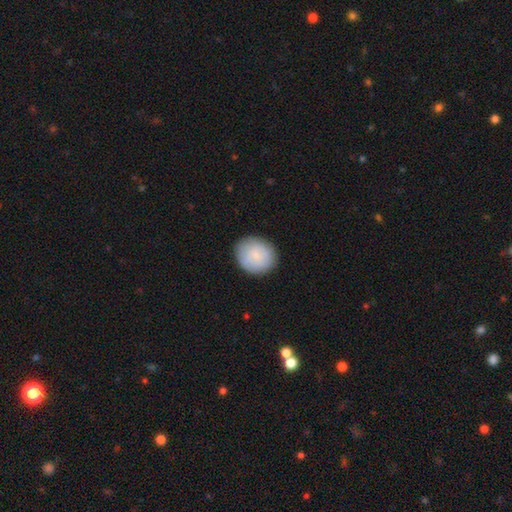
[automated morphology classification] This appears to be a smooth galaxy with no disk features (79%) that is round (77%). Merging: none (86%).